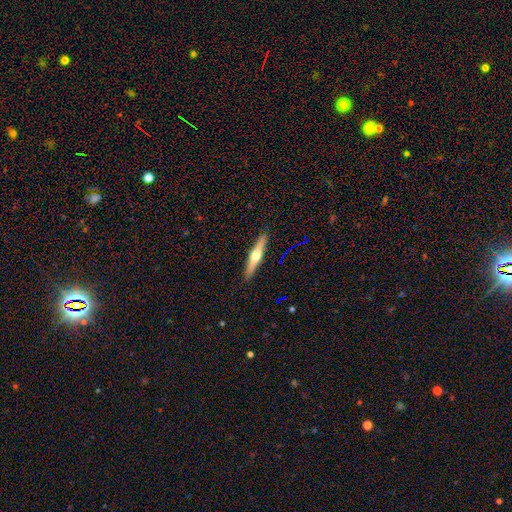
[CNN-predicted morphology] featured or disk 59%, smooth 35%, star or artifact 6%. Down the decision tree: edge-on disk — yes (96%); edge-on bulge — rounded (93%); merging — none (92%).